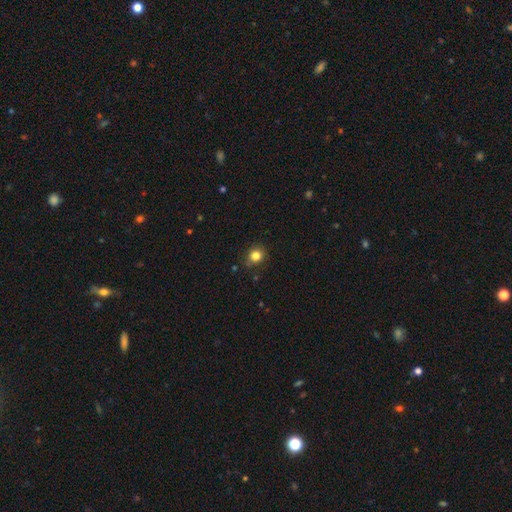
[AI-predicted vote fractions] Q: Smooth or featured?
A: smooth (82%); runner-up: star or artifact (12%)
Q: How rounded?
A: round (83%); runner-up: in between (16%)
Q: Merging?
A: none (85%); runner-up: minor disturbance (11%)